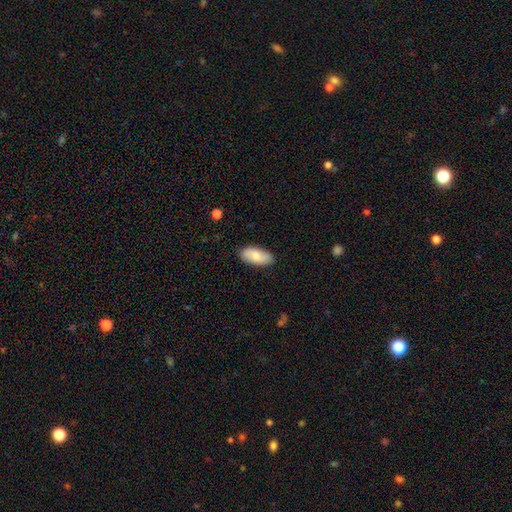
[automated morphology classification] A smooth galaxy with no disk features (73%) that is in between round and cigar-shaped (91%).

Vote fractions:
- Smooth or featured? smooth: 73% / featured or disk: 21% / star or artifact: 6%
- How rounded? in between: 91% / cigar-shaped: 7% / round: 2%
- Merging? none: 86% / minor disturbance: 11% / major disturbance: 2% / merger: 1%